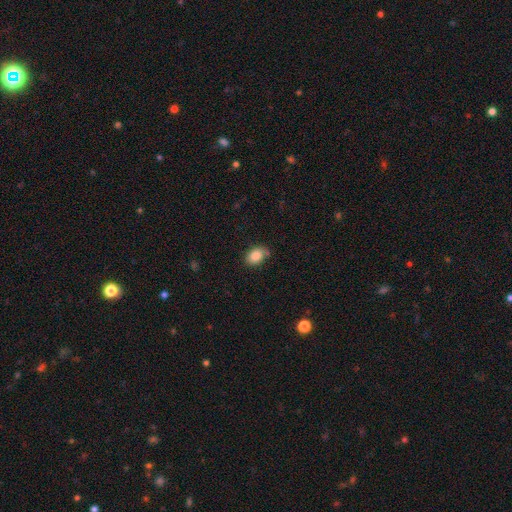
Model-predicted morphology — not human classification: type=smooth (86%); roundness=in between (78%); merging=none (73%).